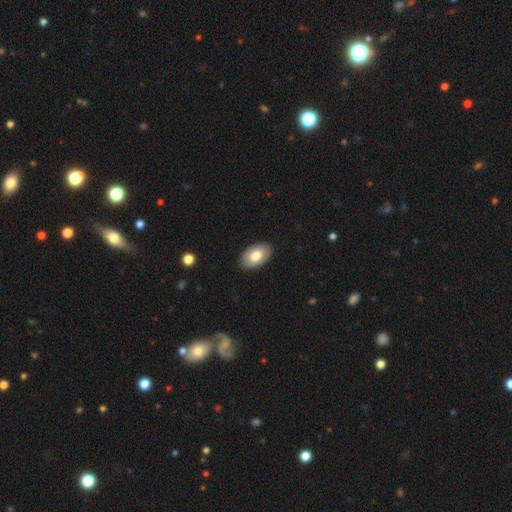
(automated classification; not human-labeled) Smooth or featured? Predicted: smooth (p=0.75). How rounded? Predicted: in between (p=0.93). Merging? Predicted: none (p=0.89).